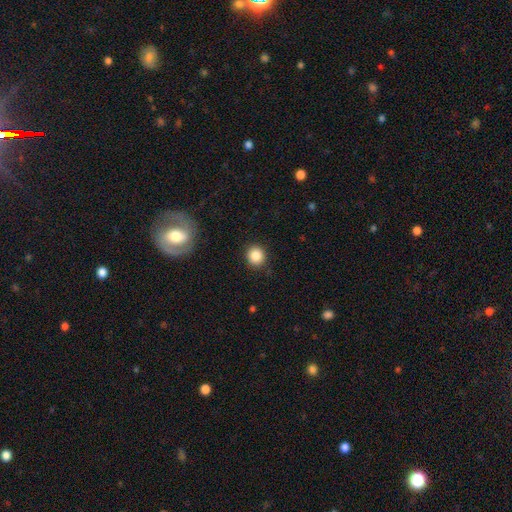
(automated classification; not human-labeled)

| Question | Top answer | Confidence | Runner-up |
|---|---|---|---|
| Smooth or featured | smooth | 85% | star or artifact (10%) |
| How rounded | round | 87% | in between (12%) |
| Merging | none | 88% | minor disturbance (8%) |